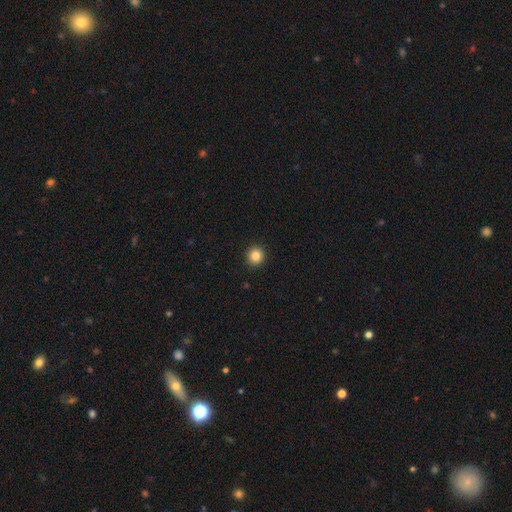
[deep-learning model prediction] This appears to be a smooth galaxy with no disk features (84%) that is round (94%). Merging: none (93%).